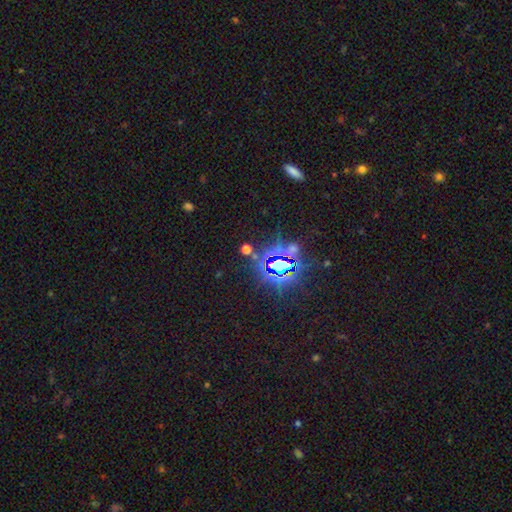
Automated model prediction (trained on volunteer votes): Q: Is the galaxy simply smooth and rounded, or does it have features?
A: star or artifact — 83%.